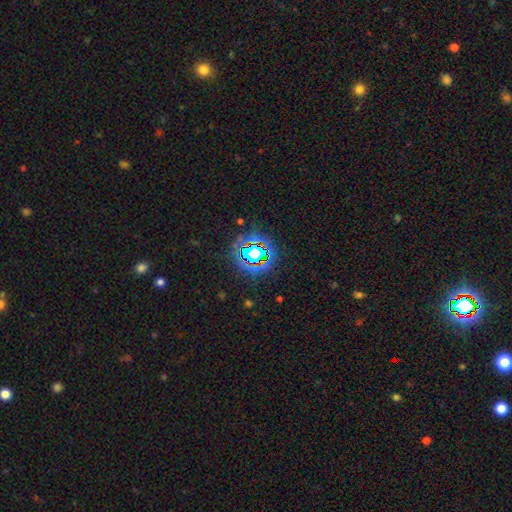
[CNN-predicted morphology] A star or artifact, not a galaxy (74%).

Vote fractions:
- Smooth or featured? star or artifact: 74% / smooth: 16% / featured or disk: 10%